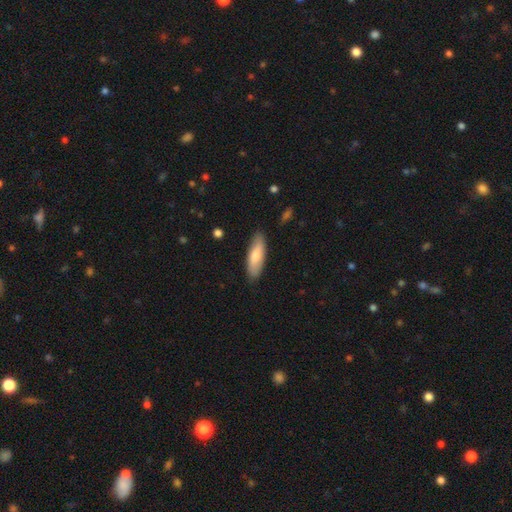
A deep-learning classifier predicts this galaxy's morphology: smooth 76%, featured or disk 19%, star or artifact 5%. Down the decision tree: how rounded — in between (58%); merging — none (85%).